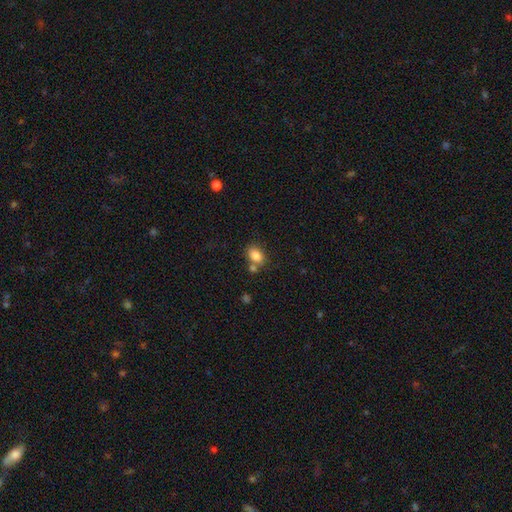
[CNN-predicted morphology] Smooth or featured? Predicted: smooth (p=0.84). How rounded? Predicted: in between (p=0.73). Merging? Predicted: none (p=0.62).